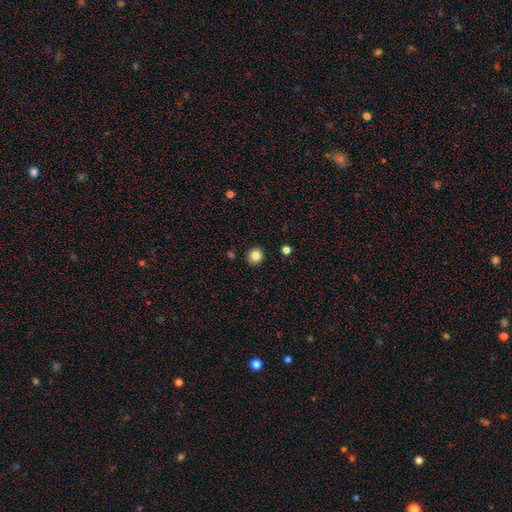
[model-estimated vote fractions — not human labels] Morphology: type=smooth (83%); roundness=round (89%); merging=none (92%).